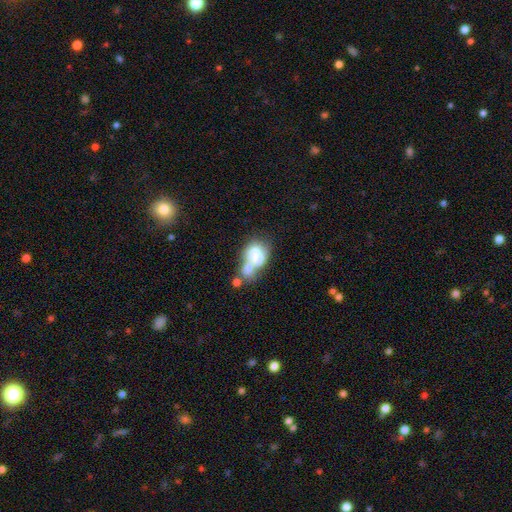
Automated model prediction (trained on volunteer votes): Morphology: type=smooth (60%); roundness=in between (68%); merging=merger (64%).